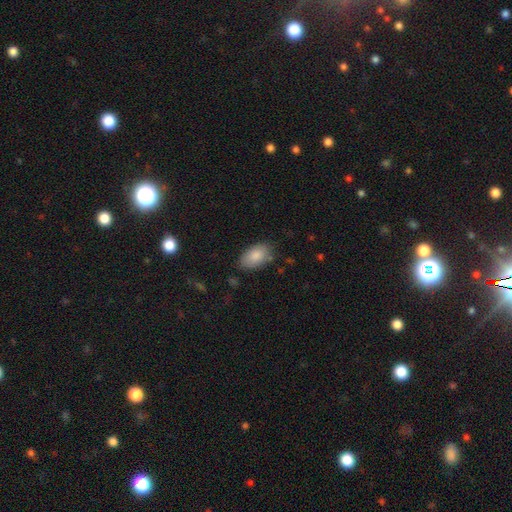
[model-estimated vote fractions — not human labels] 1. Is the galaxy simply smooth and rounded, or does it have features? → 85% smooth, 8% featured or disk, 6% star or artifact.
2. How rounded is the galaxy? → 93% in between, 5% round, 2% cigar-shaped.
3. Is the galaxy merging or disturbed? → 78% none, 16% minor disturbance, 4% major disturbance, 2% merger.